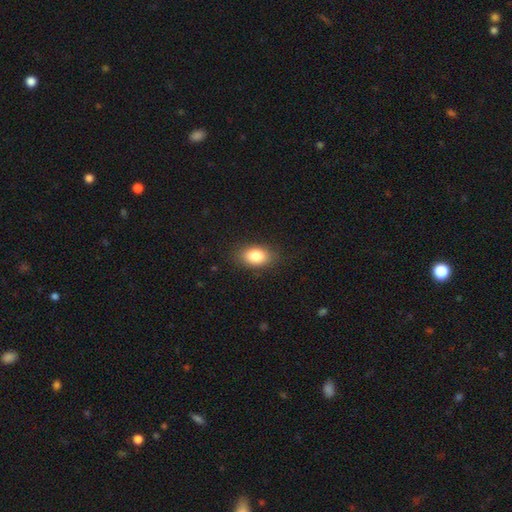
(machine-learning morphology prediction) type=smooth (84%); roundness=in between (87%); merging=none (85%).